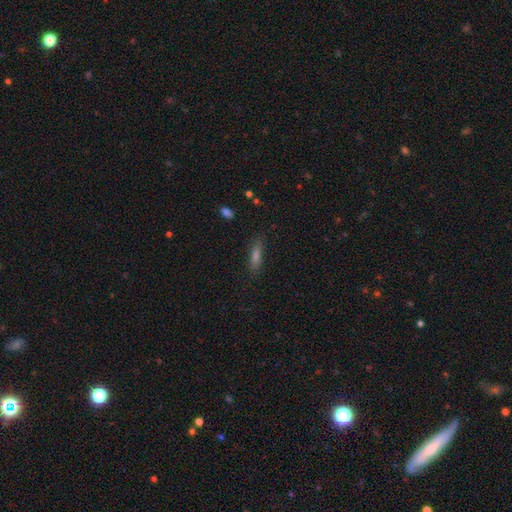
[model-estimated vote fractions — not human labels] Smooth or featured?
  - smooth: 62% *
  - featured or disk: 23%
  - star or artifact: 15%
How rounded?
  - cigar-shaped: 71% *
  - in between: 26%
  - round: 3%
Merging?
  - none: 84% *
  - minor disturbance: 11%
  - major disturbance: 3%
  - merger: 1%